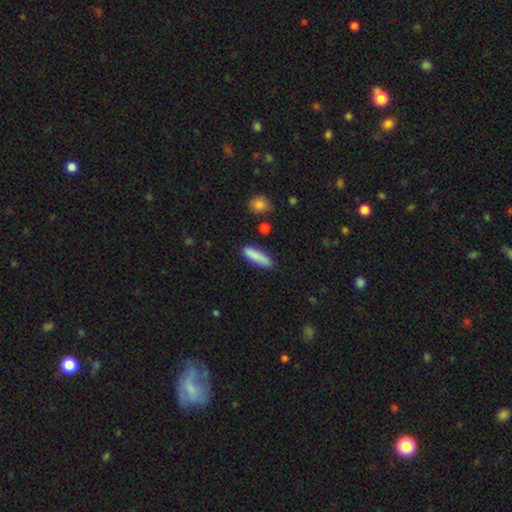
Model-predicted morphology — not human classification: Q: Smooth or featured?
A: smooth (86%); runner-up: featured or disk (8%)
Q: How rounded?
A: cigar-shaped (69%); runner-up: in between (30%)
Q: Merging?
A: none (82%); runner-up: minor disturbance (13%)